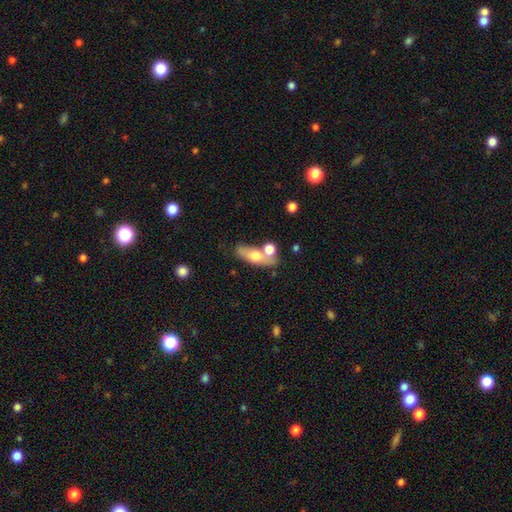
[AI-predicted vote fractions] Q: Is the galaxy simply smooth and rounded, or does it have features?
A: smooth — 60%.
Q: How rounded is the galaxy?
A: in between — 63%.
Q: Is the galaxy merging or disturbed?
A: none — 53%.